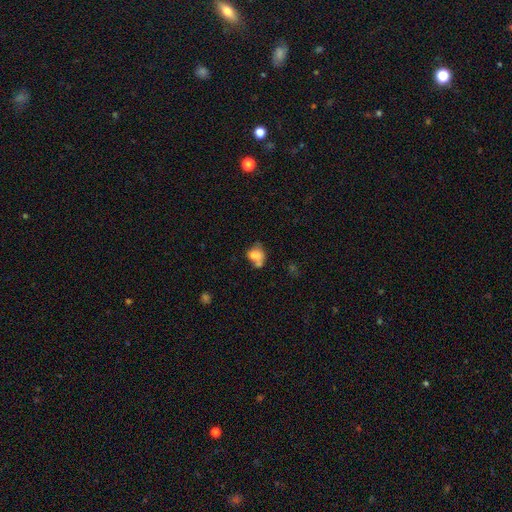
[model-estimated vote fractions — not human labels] smooth_or_featured: smooth (p=0.71) [alt: featured or disk p=0.18]
how_rounded: in between (p=0.60) [alt: round p=0.39]
merging: merger (p=0.42) [alt: none p=0.28]